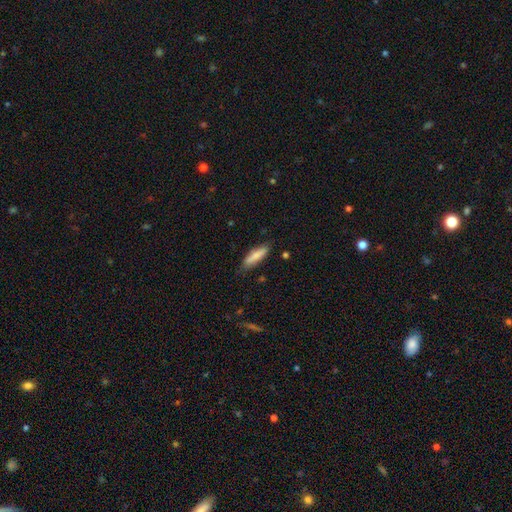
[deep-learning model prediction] This appears to be a smooth galaxy with no disk features (77%) that is cigar-shaped (73%). Merging: none (79%).